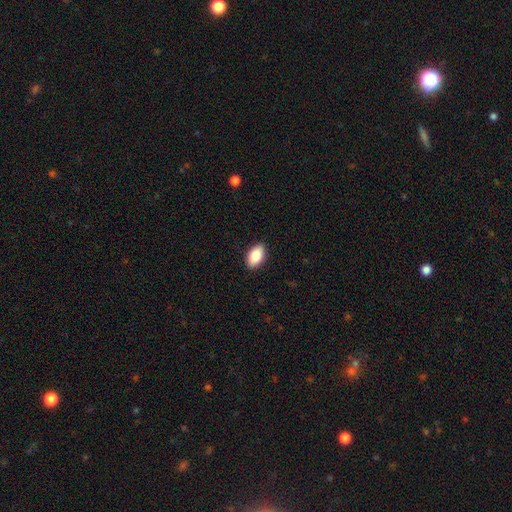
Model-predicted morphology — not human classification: Smooth or featured: smooth — 86% (featured or disk — 7%)
How rounded: in between — 93% (round — 5%)
Merging: none — 89% (minor disturbance — 8%)